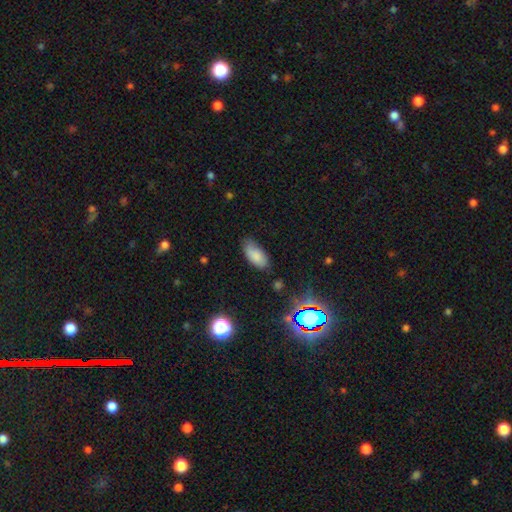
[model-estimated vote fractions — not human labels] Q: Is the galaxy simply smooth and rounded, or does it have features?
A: smooth — 82%.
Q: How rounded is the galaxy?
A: in between — 91%.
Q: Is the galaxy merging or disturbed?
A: none — 72%.